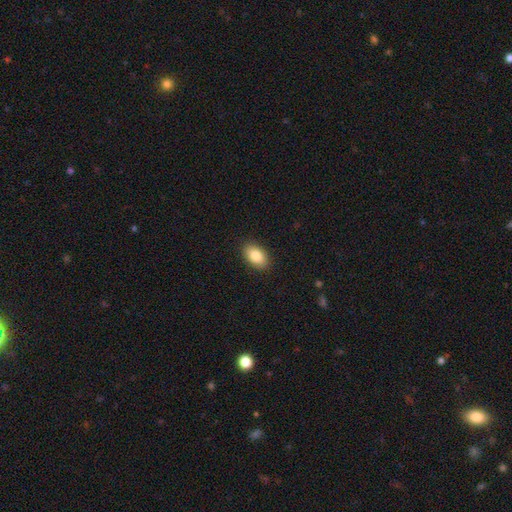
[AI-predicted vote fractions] Smooth or featured? Predicted: smooth (p=0.85). How rounded? Predicted: in between (p=0.90). Merging? Predicted: none (p=0.90).